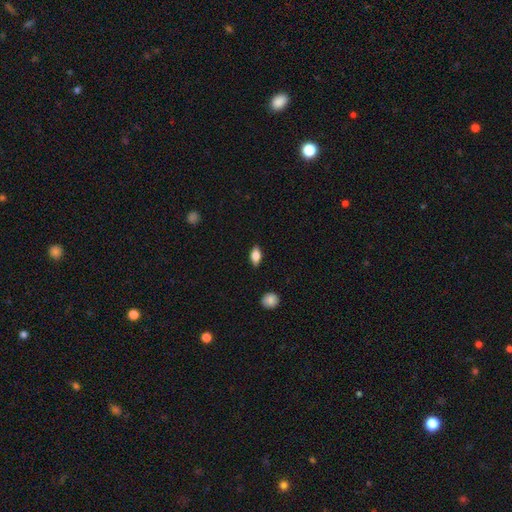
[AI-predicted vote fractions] This appears to be a smooth galaxy with no disk features (74%) that is in between round and cigar-shaped (85%). Merging: none (87%).